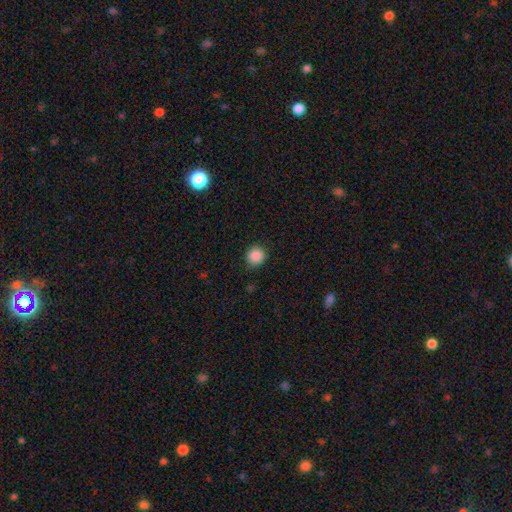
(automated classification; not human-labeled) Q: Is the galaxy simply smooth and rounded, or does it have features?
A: smooth — 88%.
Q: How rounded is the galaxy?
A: round — 89%.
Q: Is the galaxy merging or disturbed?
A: none — 86%.